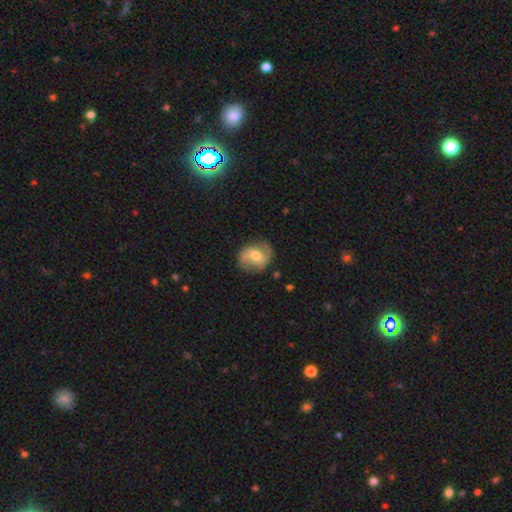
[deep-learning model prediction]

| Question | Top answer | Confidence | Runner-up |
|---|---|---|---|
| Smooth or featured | featured or disk | 60% | smooth (33%) |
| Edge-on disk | no | 96% | yes (4%) |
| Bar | weak | 44% | no (32%) |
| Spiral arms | yes | 79% | no (21%) |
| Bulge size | moderate | 65% | small (26%) |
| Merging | none | 74% | minor disturbance (18%) |